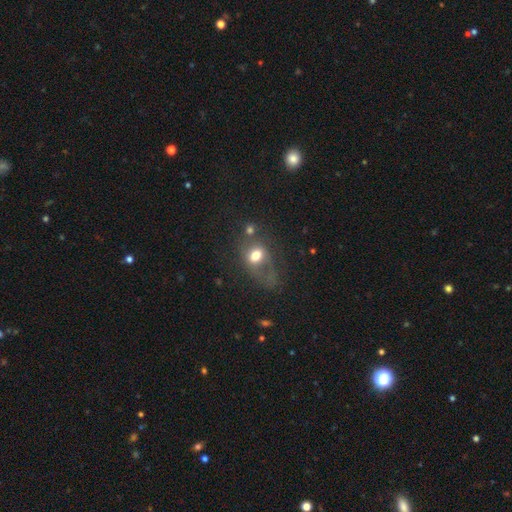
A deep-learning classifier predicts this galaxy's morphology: Q: Smooth or featured?
A: smooth (65%); runner-up: featured or disk (22%)
Q: How rounded?
A: in between (57%); runner-up: round (41%)
Q: Merging?
A: major disturbance (33%); runner-up: none (30%)